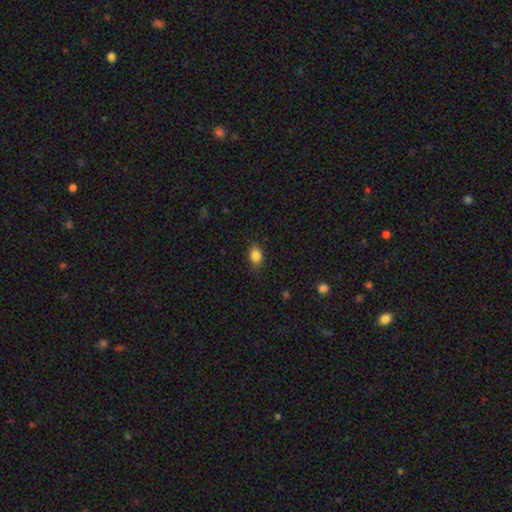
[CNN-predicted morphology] This appears to be a smooth galaxy with no disk features (85%) that is in between round and cigar-shaped (72%). Merging: none (81%).